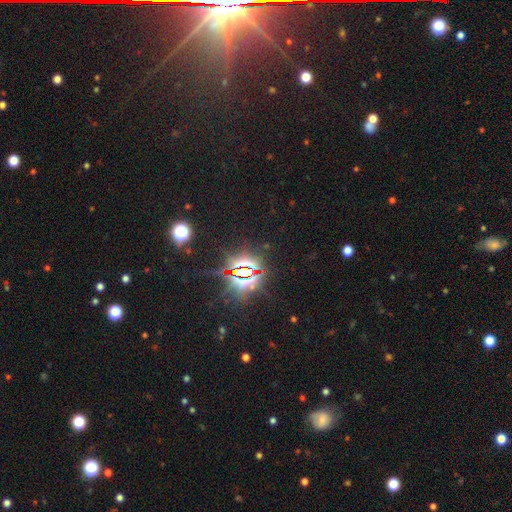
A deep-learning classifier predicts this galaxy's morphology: The model was most divided on "smooth or featured": star or artifact: 84%, smooth: 9%, featured or disk: 7%.